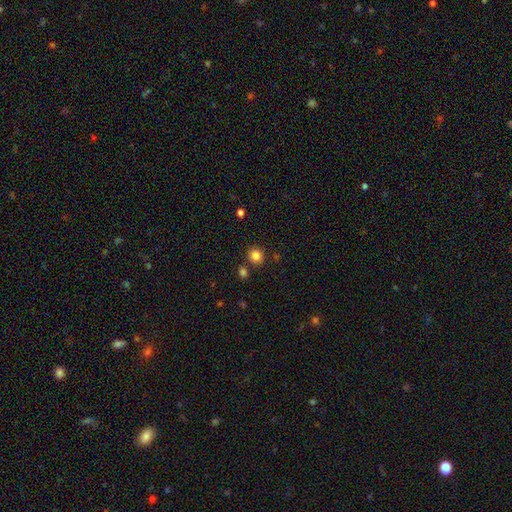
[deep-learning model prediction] A smooth galaxy with no disk features (83%) that is round (89%).

Vote fractions:
- Smooth or featured? smooth: 83% / star or artifact: 12% / featured or disk: 5%
- How rounded? round: 89% / in between: 10% / cigar-shaped: 1%
- Merging? none: 83% / minor disturbance: 7% / merger: 7% / major disturbance: 2%